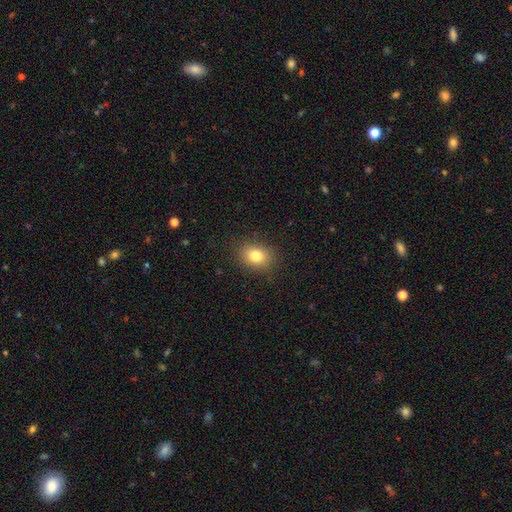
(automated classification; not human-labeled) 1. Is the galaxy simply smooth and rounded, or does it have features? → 80% smooth, 11% star or artifact, 9% featured or disk.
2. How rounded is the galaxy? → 61% in between, 38% round, 1% cigar-shaped.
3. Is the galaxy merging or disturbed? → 86% none, 10% minor disturbance, 3% major disturbance, 1% merger.